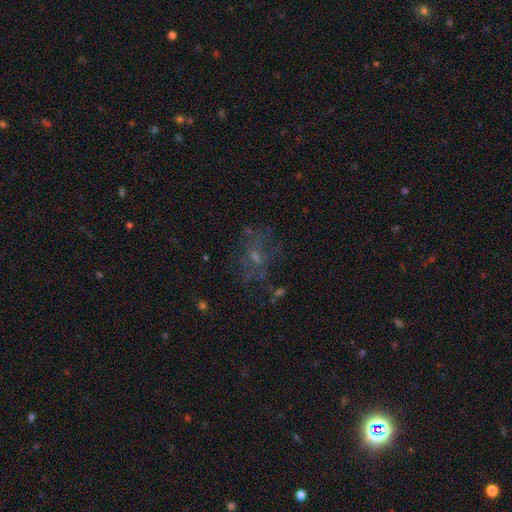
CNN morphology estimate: Smooth or featured?
  - featured or disk: 46% *
  - smooth: 30%
  - star or artifact: 24%
Merging?
  - none: 52% *
  - major disturbance: 25%
  - minor disturbance: 18%
  - merger: 5%